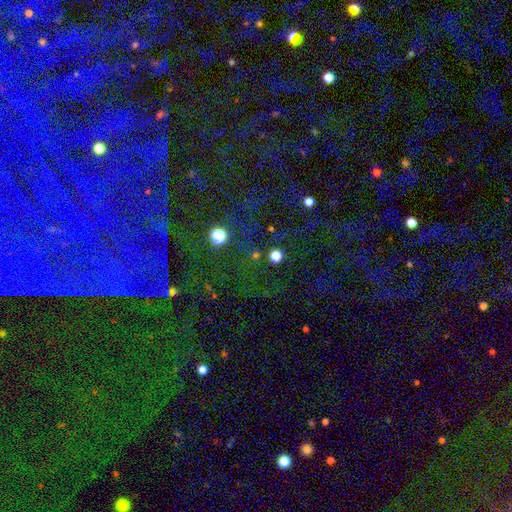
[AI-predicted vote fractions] The model was most divided on "smooth or featured": star or artifact: 58%, smooth: 33%, featured or disk: 9%.